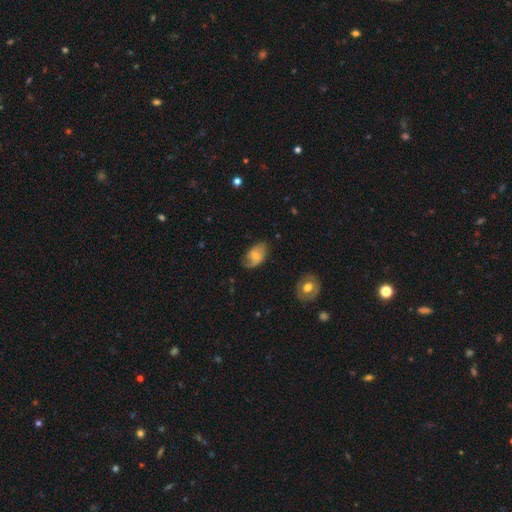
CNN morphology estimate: smooth 48%, featured or disk 44%, star or artifact 8%. Down the decision tree: merging — none (61%).